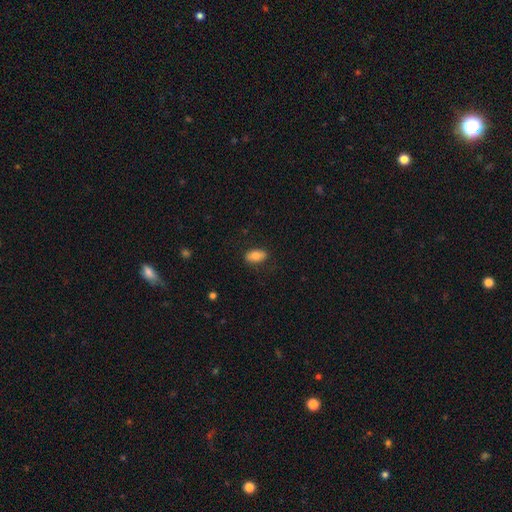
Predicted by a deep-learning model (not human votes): Smooth or featured? Predicted: smooth (p=0.77). How rounded? Predicted: in between (p=0.90). Merging? Predicted: none (p=0.83).